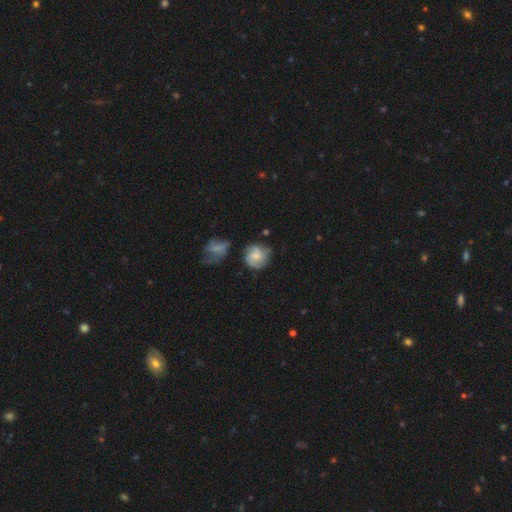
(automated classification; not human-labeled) This is possibly a smooth galaxy (51%). How rounded: likely round (79%). Merging: possibly none (57%).